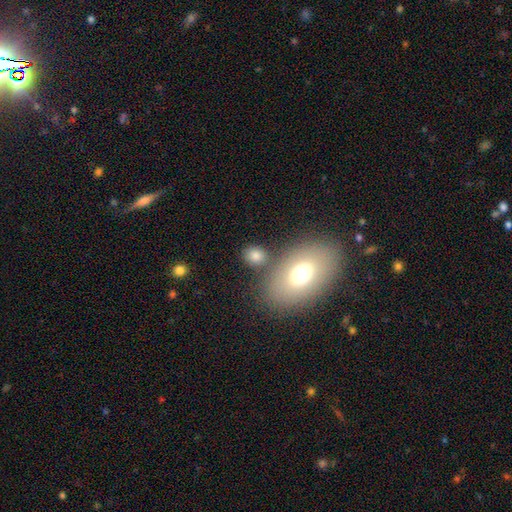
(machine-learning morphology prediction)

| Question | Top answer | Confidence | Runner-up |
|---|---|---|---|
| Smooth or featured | smooth | 80% | star or artifact (11%) |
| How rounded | round | 55% | in between (44%) |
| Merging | none | 70% | merger (15%) |